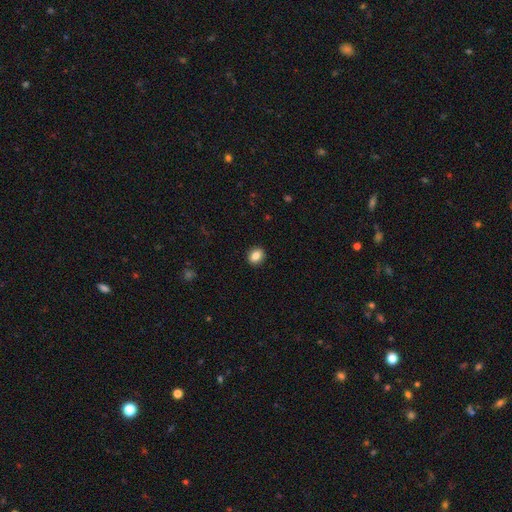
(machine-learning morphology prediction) A smooth galaxy with no disk features (83%) that is round (55%). Merging: none (91%).